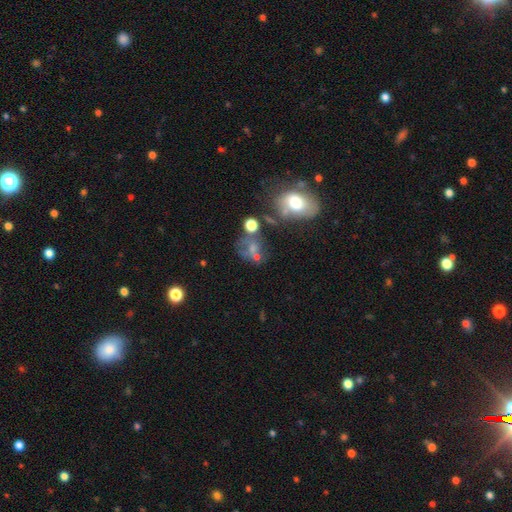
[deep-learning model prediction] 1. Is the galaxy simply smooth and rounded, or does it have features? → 44% smooth, 30% featured or disk, 27% star or artifact.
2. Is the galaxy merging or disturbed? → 40% none, 24% merger, 19% major disturbance, 17% minor disturbance.